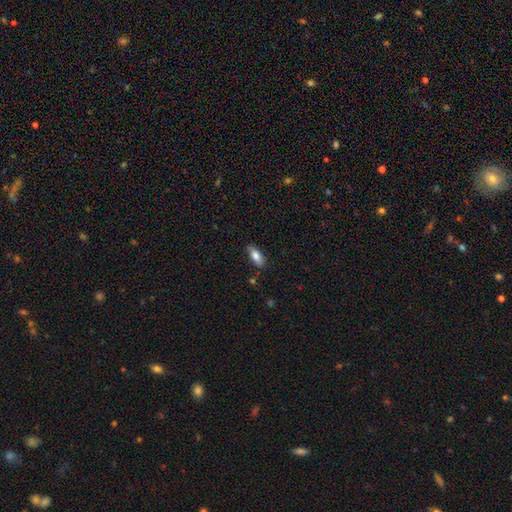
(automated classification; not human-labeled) This is likely a smooth galaxy (80%). How rounded: clearly in between (80%). Merging: clearly none (83%).